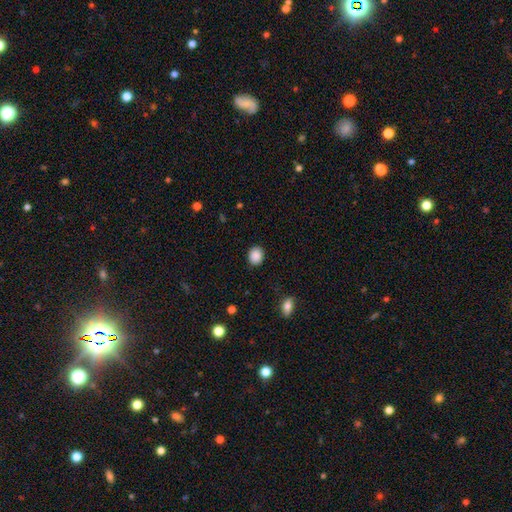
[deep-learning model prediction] Smooth or featured: smooth — 89% (star or artifact — 8%)
How rounded: round — 63% (in between — 36%)
Merging: none — 89% (minor disturbance — 8%)